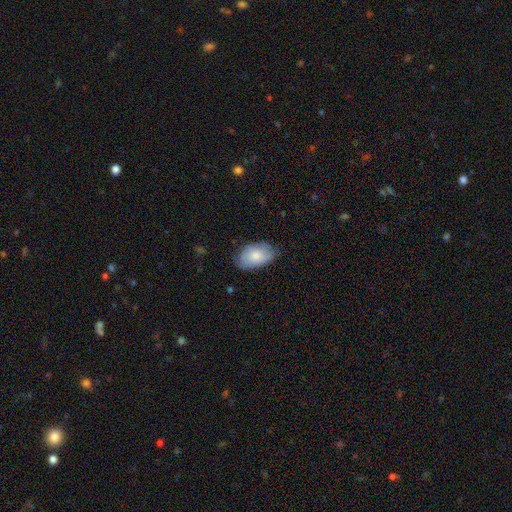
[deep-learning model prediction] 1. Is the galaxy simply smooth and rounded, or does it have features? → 77% smooth, 17% featured or disk, 6% star or artifact.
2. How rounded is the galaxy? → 93% in between, 6% round, 1% cigar-shaped.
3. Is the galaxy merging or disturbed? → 69% none, 25% minor disturbance, 5% major disturbance, 1% merger.